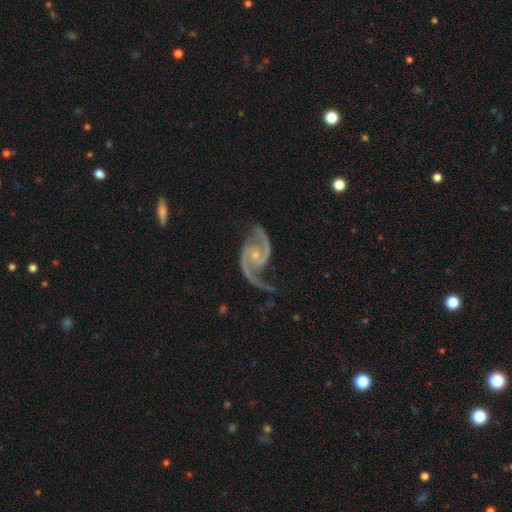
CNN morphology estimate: A featured or disk galaxy (94%) with no bar (63%), 2 (94%) medium (61%) spiral arms (99%) and a small central bulge (74%). Merging: none (69%).